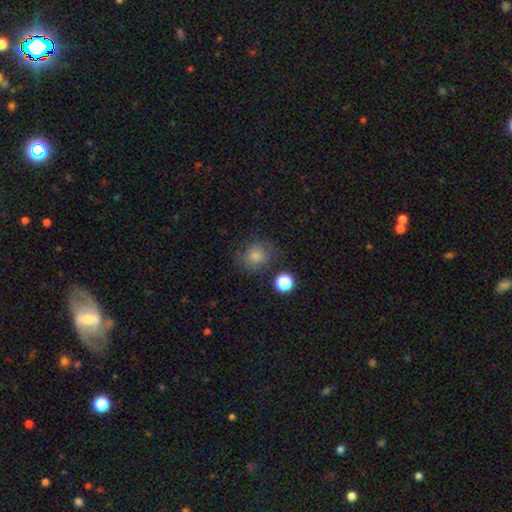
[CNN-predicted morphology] This appears to be a smooth galaxy with no disk features (71%) that is round (74%). Merging: none (76%).